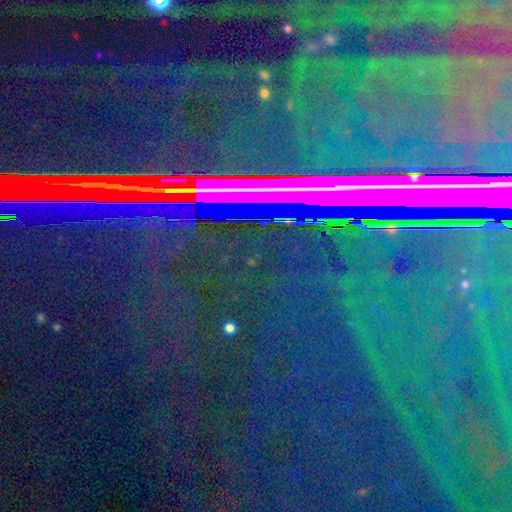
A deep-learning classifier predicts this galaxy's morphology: Overall: star or artifact (86%).